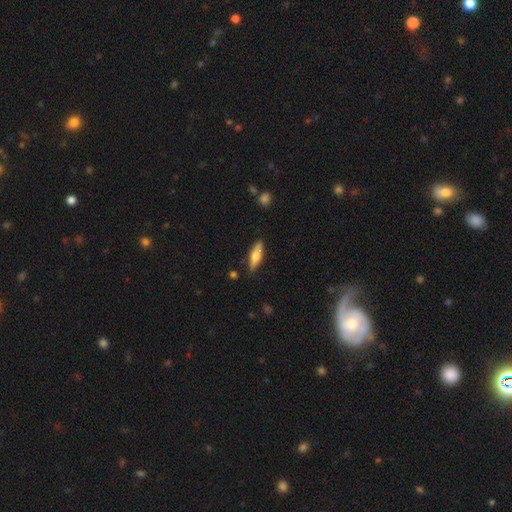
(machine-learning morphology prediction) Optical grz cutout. It shows a smooth galaxy with no disk features (63%) that is cigar-shaped (55%). Merging: none (84%).